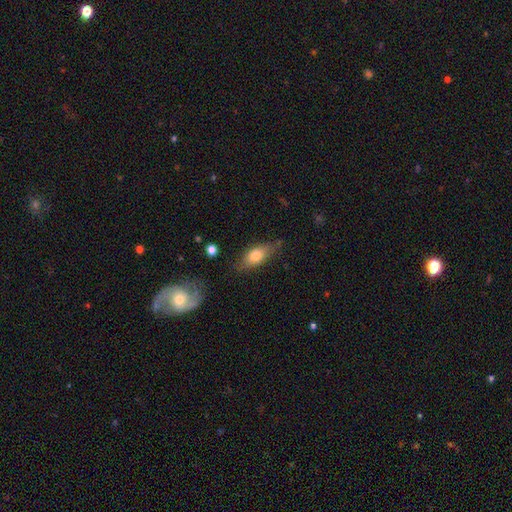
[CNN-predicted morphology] The model was most divided on "smooth or featured": smooth: 71%, featured or disk: 22%, star or artifact: 7%. More confident: how rounded — in between (78%); merging — none (73%).